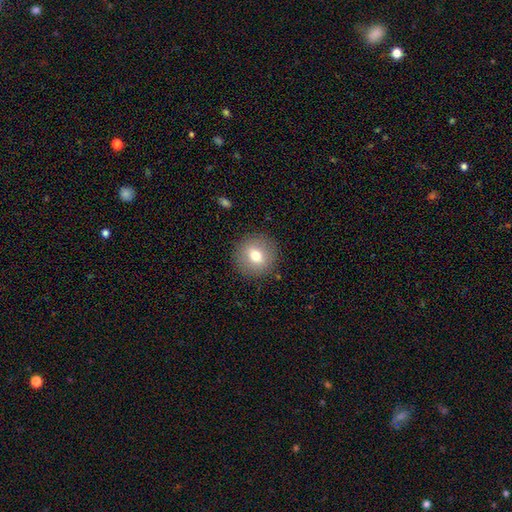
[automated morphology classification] A smooth galaxy with no disk features (71%) that is round (90%).

Vote fractions:
- Smooth or featured? smooth: 71% / featured or disk: 20% / star or artifact: 9%
- How rounded? round: 90% / in between: 9% / cigar-shaped: 1%
- Merging? none: 89% / minor disturbance: 7% / major disturbance: 3% / merger: 1%